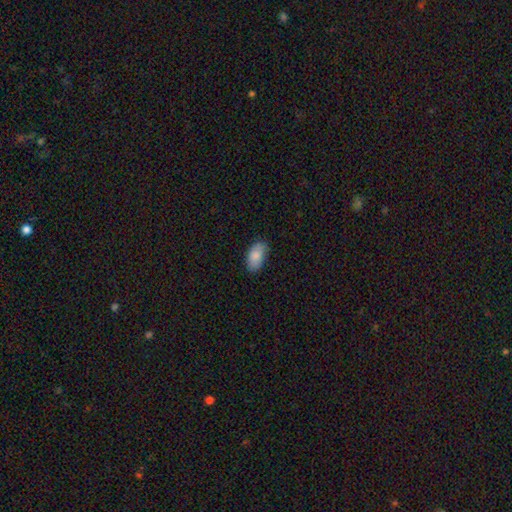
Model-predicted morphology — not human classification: This is clearly a smooth galaxy (85%). How rounded: clearly in between (94%). Merging: likely none (76%).